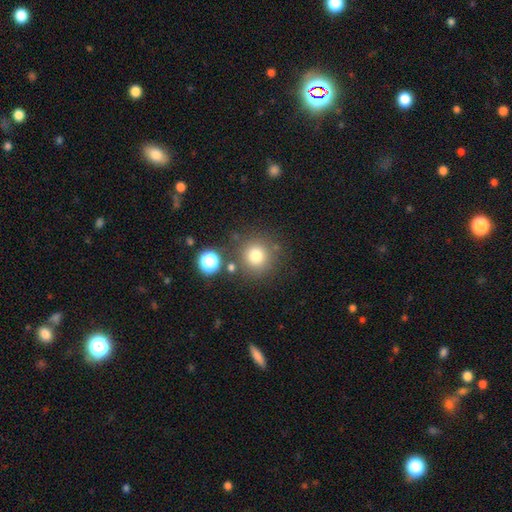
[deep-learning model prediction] Smooth or featured: smooth — 77% (star or artifact — 14%)
How rounded: round — 94% (in between — 5%)
Merging: none — 80% (minor disturbance — 9%)